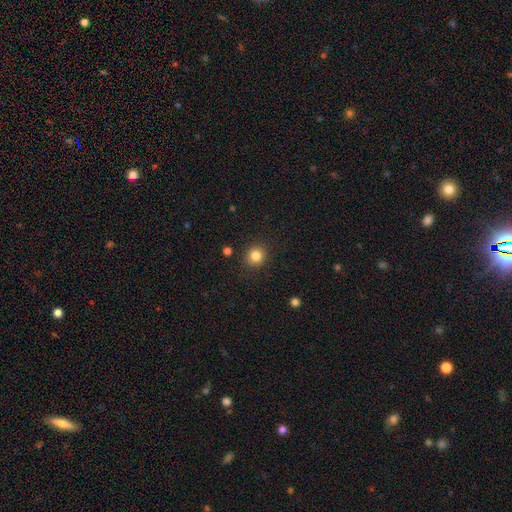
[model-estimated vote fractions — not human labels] smooth_or_featured: smooth (p=0.83) [alt: star or artifact p=0.11]
how_rounded: round (p=0.86) [alt: in between p=0.13]
merging: none (p=0.89) [alt: minor disturbance p=0.07]